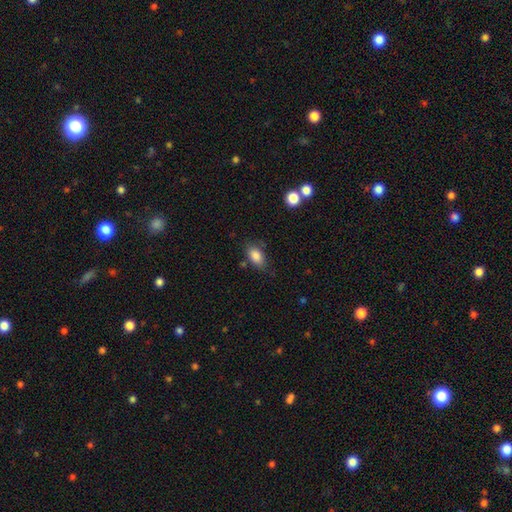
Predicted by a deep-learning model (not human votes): Smooth or featured?
  - smooth: 86% *
  - star or artifact: 8%
  - featured or disk: 6%
How rounded?
  - in between: 90% *
  - round: 7%
  - cigar-shaped: 3%
Merging?
  - none: 73% *
  - minor disturbance: 19%
  - major disturbance: 5%
  - merger: 3%